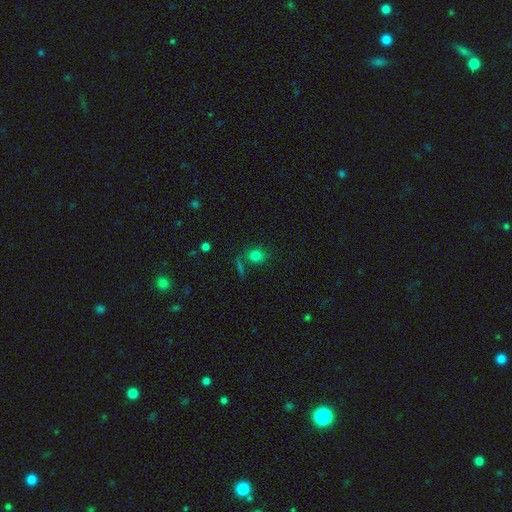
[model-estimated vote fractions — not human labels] Morphology: type=smooth (77%); roundness=round (68%); merging=none (72%).